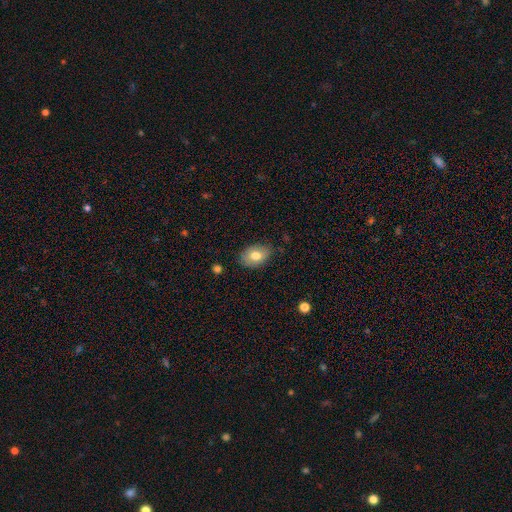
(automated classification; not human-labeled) smooth-or-featured: smooth: 76% | featured or disk: 17% | star or artifact: 8%
  how-rounded: in between: 83% | round: 16% | cigar-shaped: 1%
  merging: none: 79% | minor disturbance: 17% | major disturbance: 3% | merger: 1%